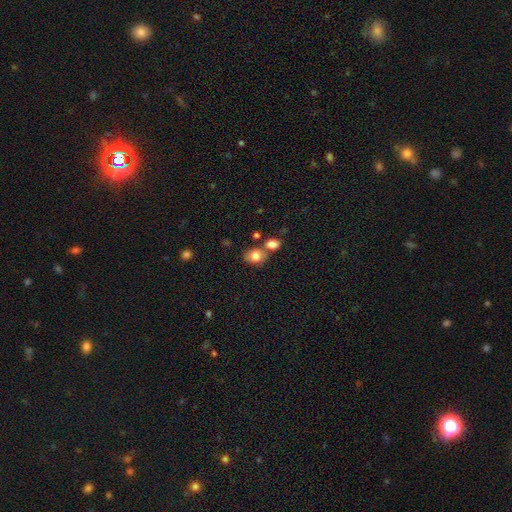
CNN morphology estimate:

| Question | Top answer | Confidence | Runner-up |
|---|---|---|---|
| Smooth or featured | smooth | 81% | featured or disk (10%) |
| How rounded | in between | 54% | round (44%) |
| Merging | none | 49% | merger (34%) |